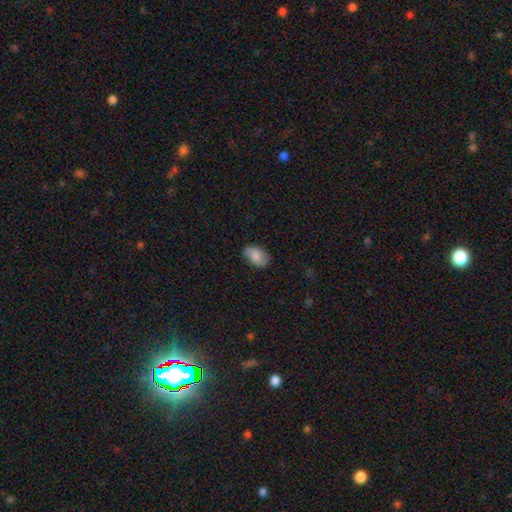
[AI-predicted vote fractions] Smooth or featured? smooth (71%)
How rounded? in between (88%)
Merging? none (74%)